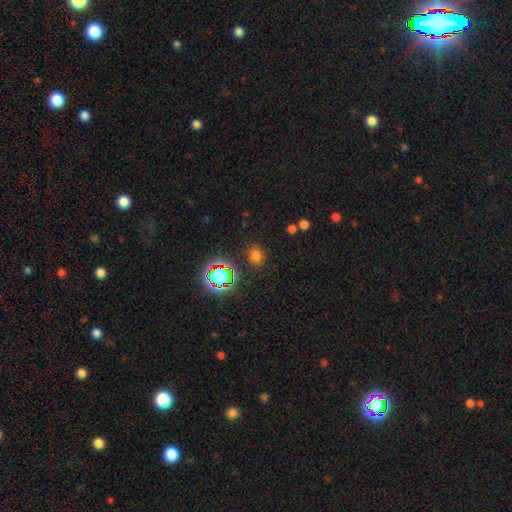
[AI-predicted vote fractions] Morphology: type=smooth (68%); roundness=round (61%); merging=none (86%).